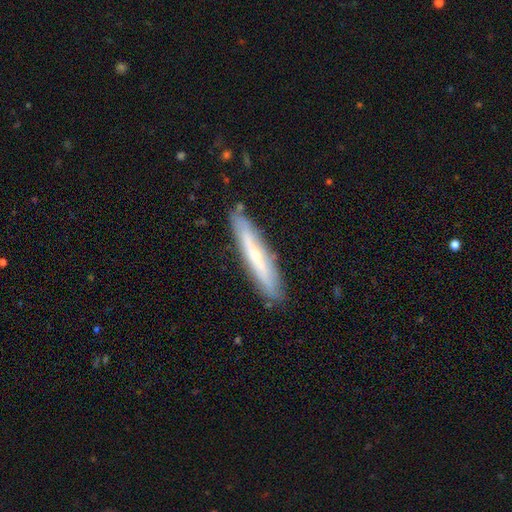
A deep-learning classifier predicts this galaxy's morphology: Smooth or featured?
  - featured or disk: 58% *
  - smooth: 36%
  - star or artifact: 6%
Edge-on disk?
  - yes: 75% *
  - no: 25%
Merging?
  - none: 86% *
  - minor disturbance: 11%
  - major disturbance: 2%
  - merger: 1%